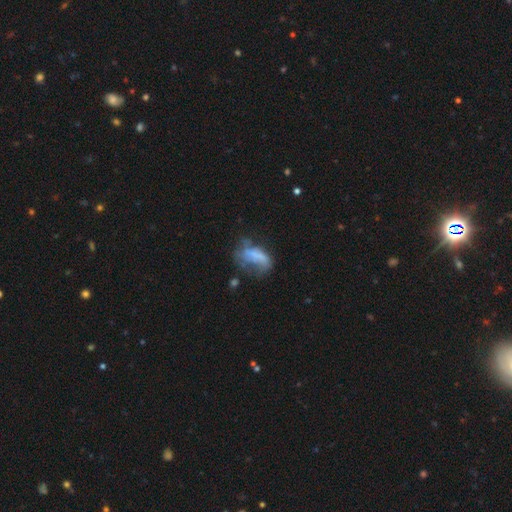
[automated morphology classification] Smooth or featured?
  - smooth: 46% *
  - featured or disk: 43%
  - star or artifact: 12%
Merging?
  - major disturbance: 43% *
  - none: 26%
  - minor disturbance: 24%
  - merger: 8%